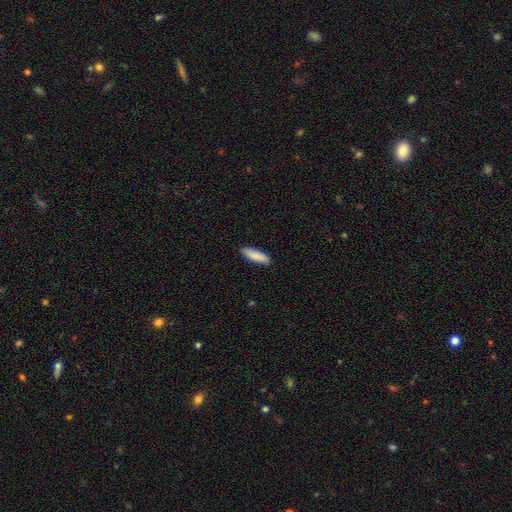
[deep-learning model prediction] Smooth or featured?
  - smooth: 87% *
  - featured or disk: 7%
  - star or artifact: 5%
How rounded?
  - cigar-shaped: 58% *
  - in between: 40%
  - round: 1%
Merging?
  - none: 89% *
  - minor disturbance: 8%
  - major disturbance: 2%
  - merger: 1%